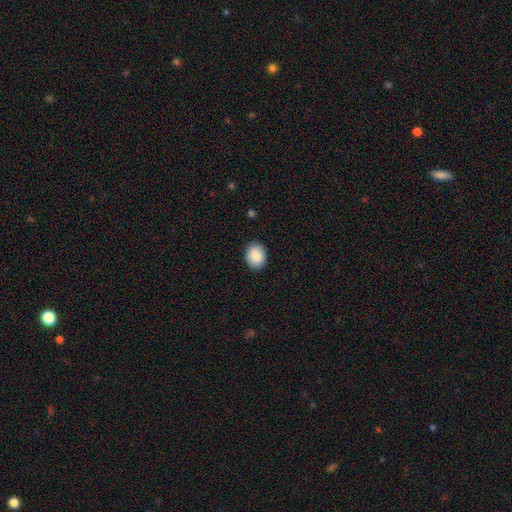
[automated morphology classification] Q: Smooth or featured?
A: smooth (88%); runner-up: star or artifact (7%)
Q: How rounded?
A: in between (62%); runner-up: round (37%)
Q: Merging?
A: none (88%); runner-up: minor disturbance (9%)